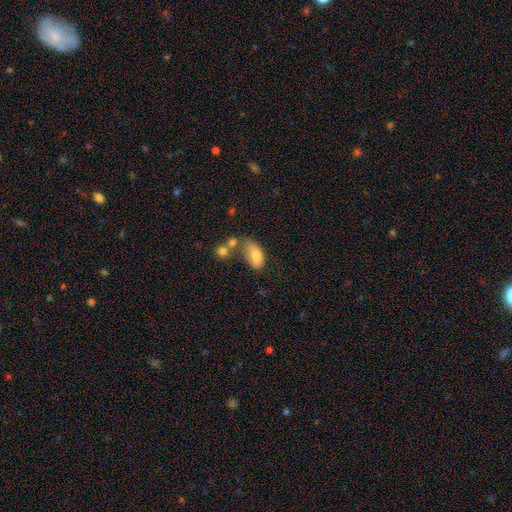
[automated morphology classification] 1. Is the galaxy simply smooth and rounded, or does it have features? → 77% smooth, 15% featured or disk, 8% star or artifact.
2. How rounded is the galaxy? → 90% in between, 6% cigar-shaped, 5% round.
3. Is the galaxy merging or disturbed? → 37% none, 26% merger, 24% minor disturbance, 13% major disturbance.